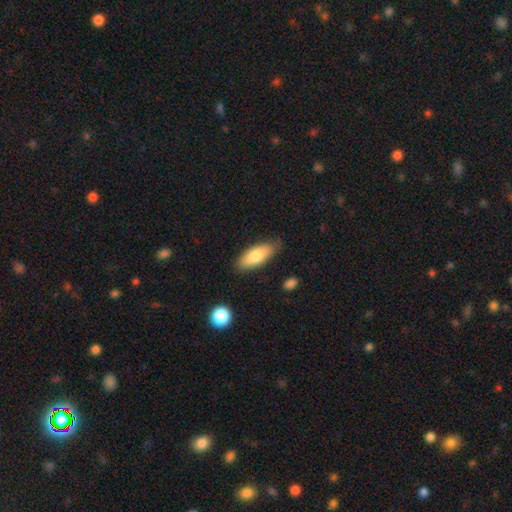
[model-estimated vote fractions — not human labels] Morphology: type=smooth (79%); roundness=in between (78%); merging=none (79%).